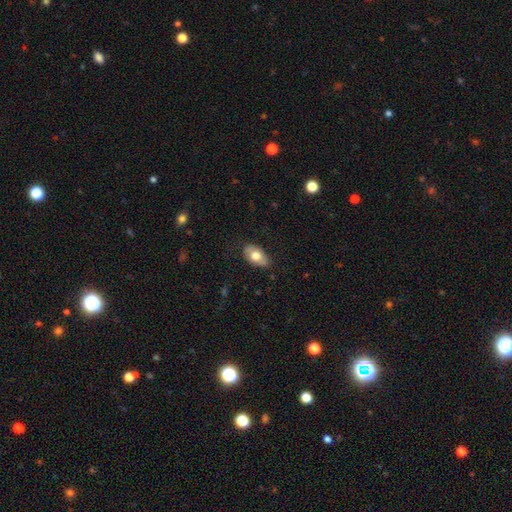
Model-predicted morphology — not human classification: smooth_or_featured: smooth (p=0.71) [alt: featured or disk p=0.22]
how_rounded: in between (p=0.92) [alt: round p=0.06]
merging: none (p=0.79) [alt: minor disturbance p=0.16]